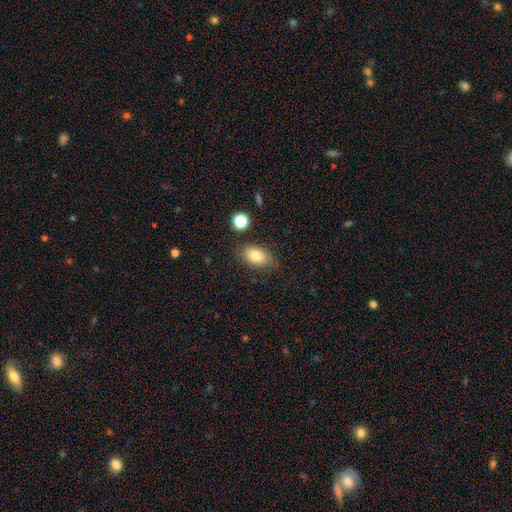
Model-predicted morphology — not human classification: smooth-or-featured: smooth: 81% | featured or disk: 11% | star or artifact: 9%
  how-rounded: in between: 90% | round: 8% | cigar-shaped: 2%
  merging: none: 76% | minor disturbance: 16% | major disturbance: 5% | merger: 4%